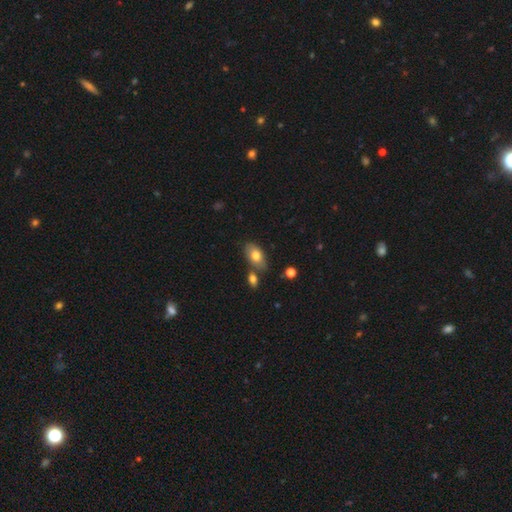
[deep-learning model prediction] Q: Smooth or featured?
A: smooth (76%); runner-up: featured or disk (16%)
Q: How rounded?
A: in between (90%); runner-up: round (7%)
Q: Merging?
A: none (65%); runner-up: merger (17%)